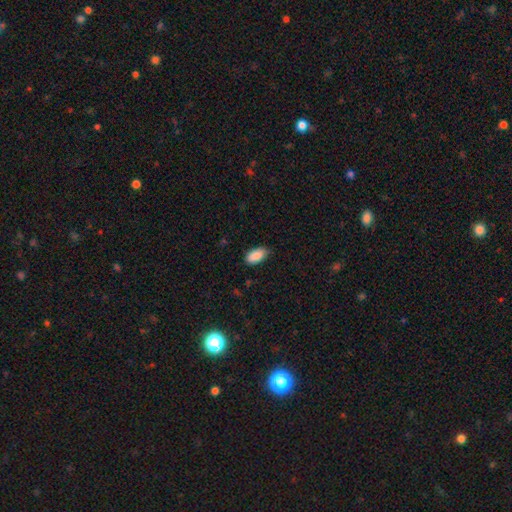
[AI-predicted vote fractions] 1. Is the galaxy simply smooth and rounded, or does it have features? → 88% smooth, 7% star or artifact, 5% featured or disk.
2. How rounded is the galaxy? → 94% in between, 4% cigar-shaped, 3% round.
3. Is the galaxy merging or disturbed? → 77% none, 19% minor disturbance, 3% major disturbance, 1% merger.